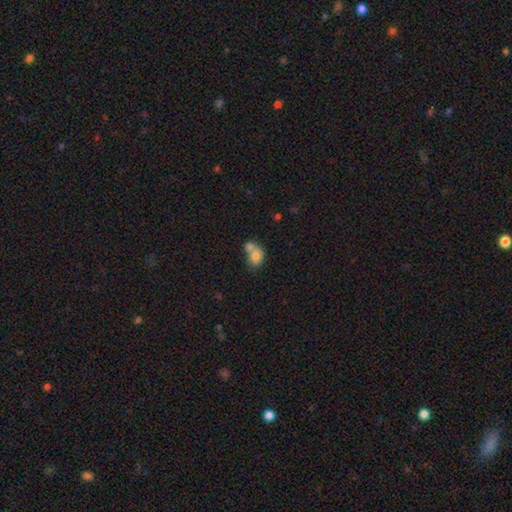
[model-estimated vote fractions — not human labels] smooth 76%, featured or disk 15%, star or artifact 9%. Down the decision tree: how rounded — in between (60%); merging — merger (62%).